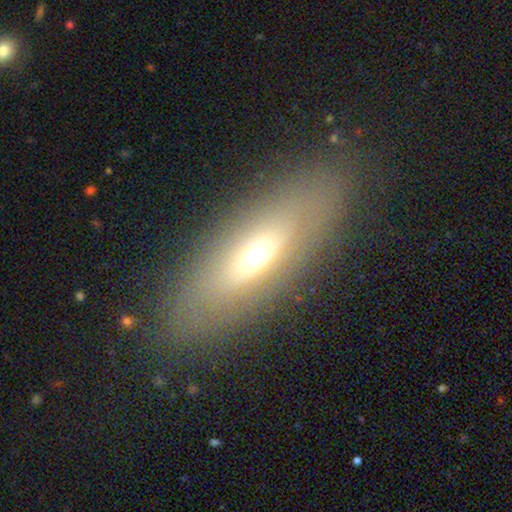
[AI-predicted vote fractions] A smooth galaxy with no disk features (51%) that is in between round and cigar-shaped (60%). Merging: none (84%).